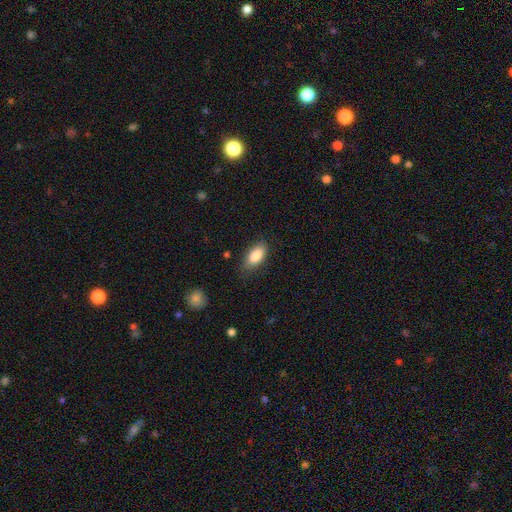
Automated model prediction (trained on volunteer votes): This appears to be a smooth galaxy with no disk features (86%) that is in between round and cigar-shaped (90%). Merging: none (76%).